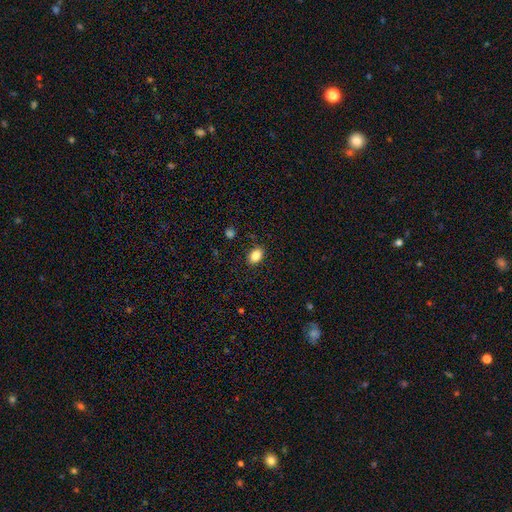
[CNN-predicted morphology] Overall: smooth (86%). How rounded: in between (80%). Merging: none (88%).